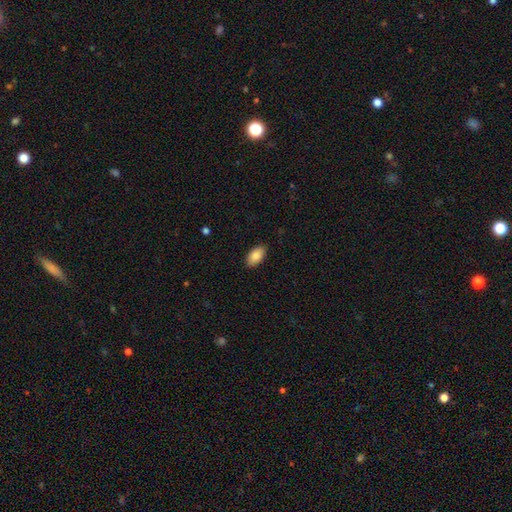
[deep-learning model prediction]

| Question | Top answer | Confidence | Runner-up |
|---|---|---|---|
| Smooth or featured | smooth | 87% | star or artifact (7%) |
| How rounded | in between | 94% | round (3%) |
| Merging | none | 88% | minor disturbance (9%) |